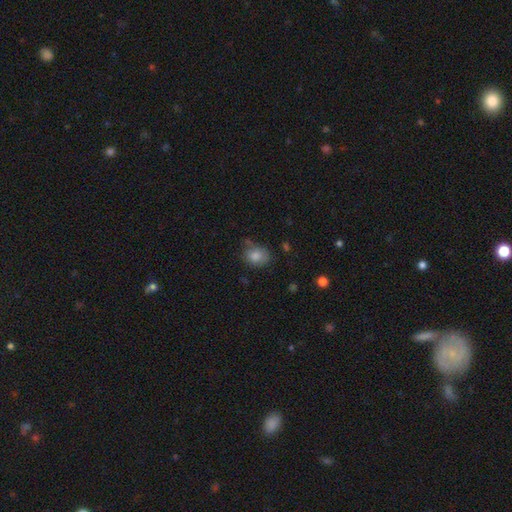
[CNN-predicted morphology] smooth_or_featured: smooth (p=0.83) [alt: star or artifact p=0.09]
how_rounded: in between (p=0.50) [alt: round p=0.49]
merging: none (p=0.62) [alt: minor disturbance p=0.25]